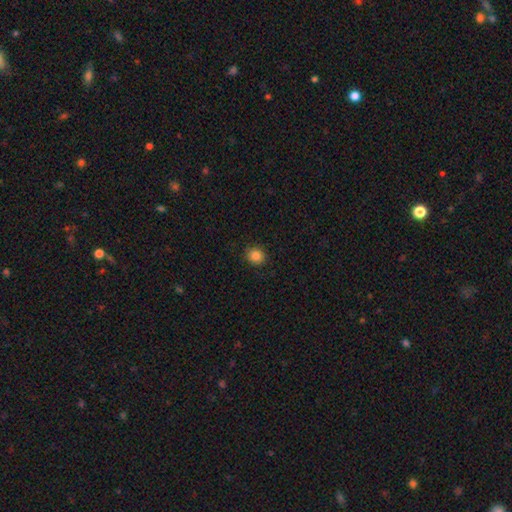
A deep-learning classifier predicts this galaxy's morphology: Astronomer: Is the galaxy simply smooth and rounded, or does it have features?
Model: smooth — 85%.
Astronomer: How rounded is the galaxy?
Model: round — 84%.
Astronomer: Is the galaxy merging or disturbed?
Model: none — 90%.